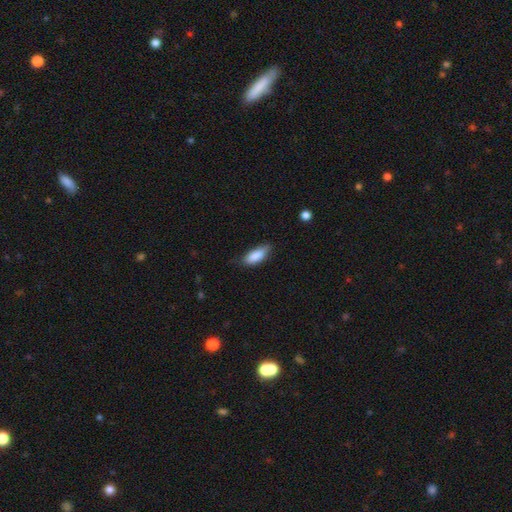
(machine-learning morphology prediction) A smooth galaxy with no disk features (86%) that is in between round and cigar-shaped (77%). Merging: none (68%).